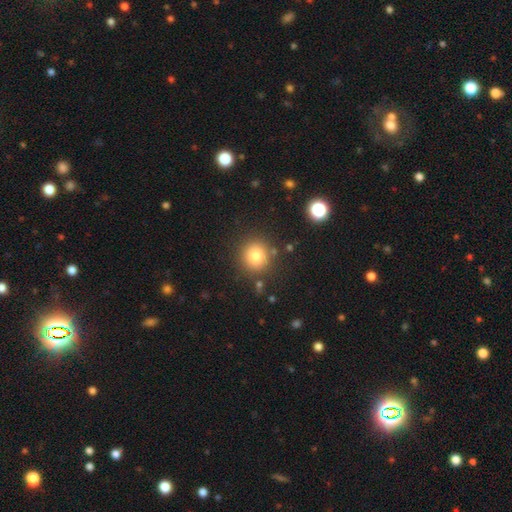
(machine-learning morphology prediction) smooth-or-featured: smooth: 80% | star or artifact: 12% | featured or disk: 7%
  how-rounded: round: 92% | in between: 7% | cigar-shaped: 1%
  merging: none: 85% | minor disturbance: 8% | merger: 4% | major disturbance: 3%